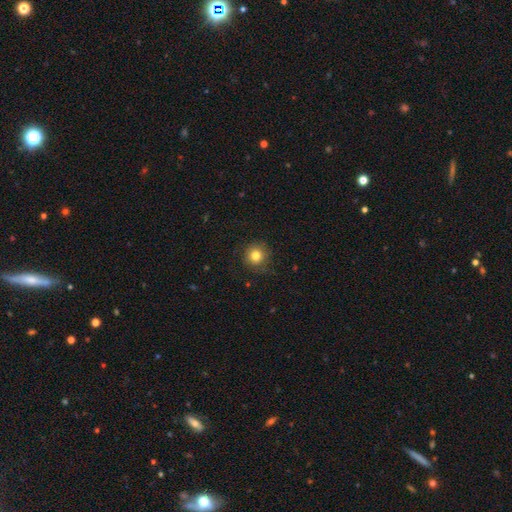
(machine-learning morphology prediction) Smooth or featured: smooth — 81% (star or artifact — 12%)
How rounded: round — 94% (in between — 5%)
Merging: none — 85% (minor disturbance — 11%)